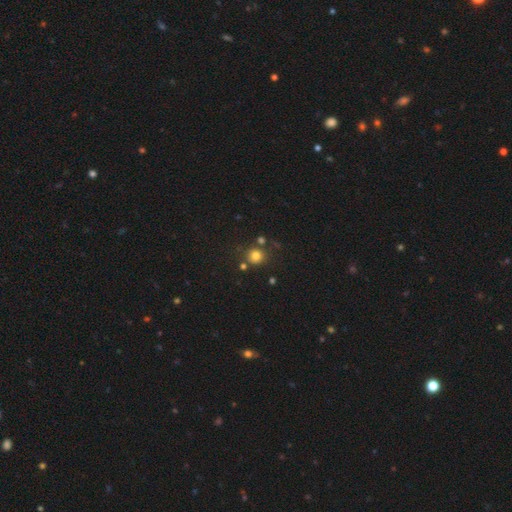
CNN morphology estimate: smooth 78%, star or artifact 15%, featured or disk 7%. Down the decision tree: how rounded — round (90%); merging — none (75%).